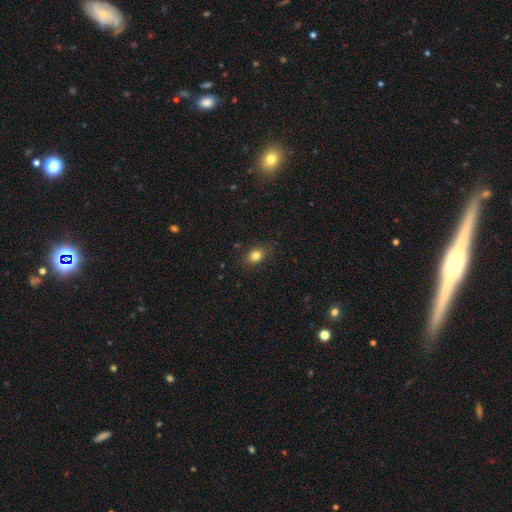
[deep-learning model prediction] The model was most divided on "how rounded": in between: 55%, round: 43%, cigar-shaped: 1%. More confident: merging — none (82%); smooth or featured — smooth (82%).